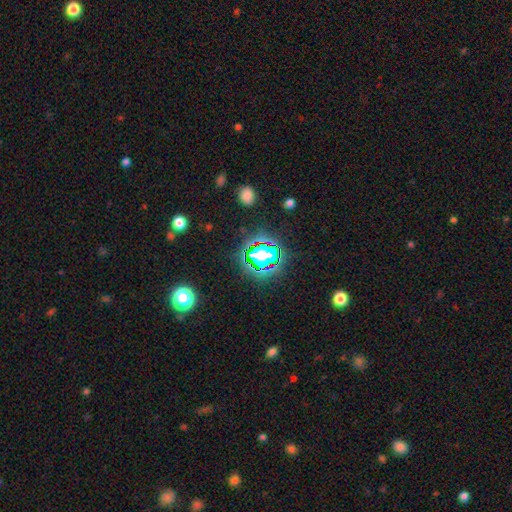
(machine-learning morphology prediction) Smooth or featured? Predicted: star or artifact (p=0.75).